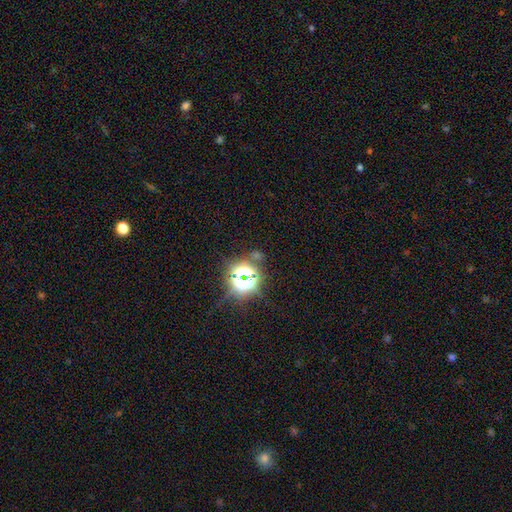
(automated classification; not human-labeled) Smooth or featured?
  - star or artifact: 72% *
  - smooth: 20%
  - featured or disk: 8%